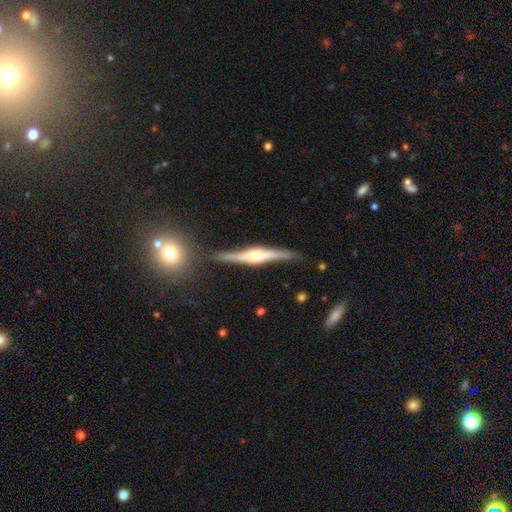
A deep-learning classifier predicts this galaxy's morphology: The model was most divided on "edge-on bulge": rounded: 64%, boxy: 30%, none: 6%. More confident: edge-on disk — yes (96%); smooth or featured — featured or disk (79%); merging — none (77%).